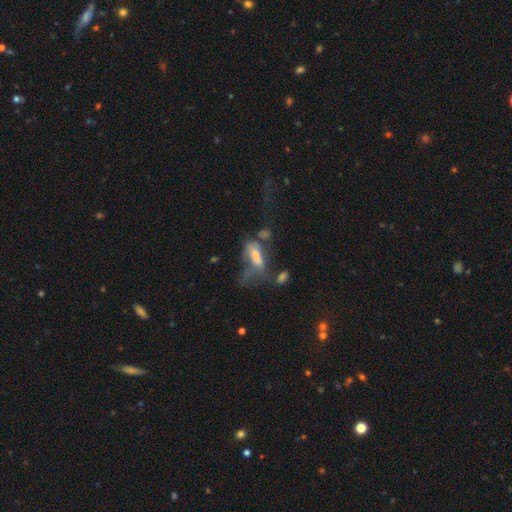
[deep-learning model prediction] This appears to be a featured or disk galaxy (43%, tied with smooth). Merging: major disturbance (43%).